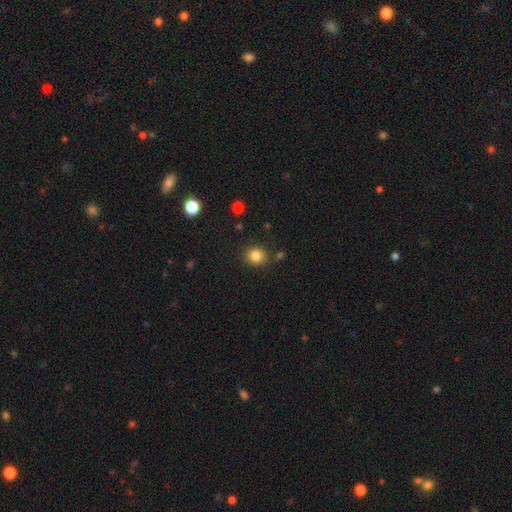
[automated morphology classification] A smooth galaxy with no disk features (83%) that is round (81%).

Vote fractions:
- Smooth or featured? smooth: 83% / star or artifact: 12% / featured or disk: 6%
- How rounded? round: 81% / in between: 18% / cigar-shaped: 1%
- Merging? none: 86% / minor disturbance: 8% / merger: 3% / major disturbance: 3%